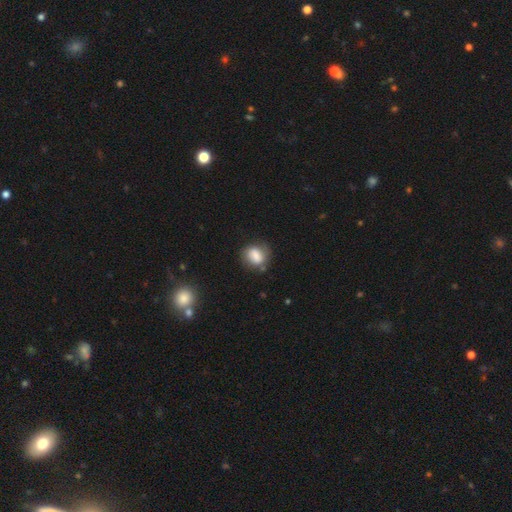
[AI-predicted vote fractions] Smooth or featured? Predicted: smooth (p=0.76). How rounded? Predicted: round (p=0.50). Merging? Predicted: none (p=0.61).